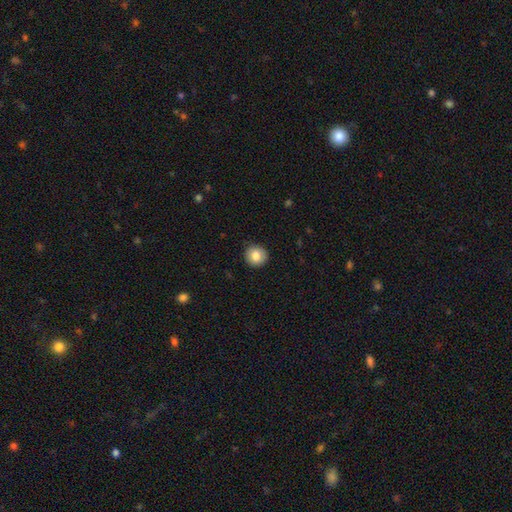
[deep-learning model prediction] smooth 82%, featured or disk 10%, star or artifact 8%. Down the decision tree: how rounded — round (91%); merging — none (90%).